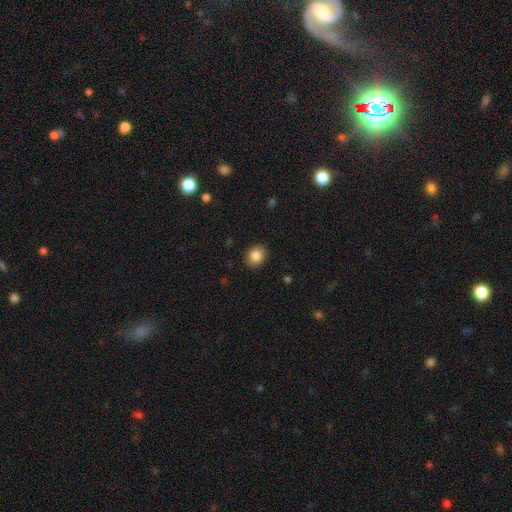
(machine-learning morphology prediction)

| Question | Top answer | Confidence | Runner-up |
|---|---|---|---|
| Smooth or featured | smooth | 86% | star or artifact (9%) |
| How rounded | round | 63% | in between (36%) |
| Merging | none | 89% | minor disturbance (8%) |